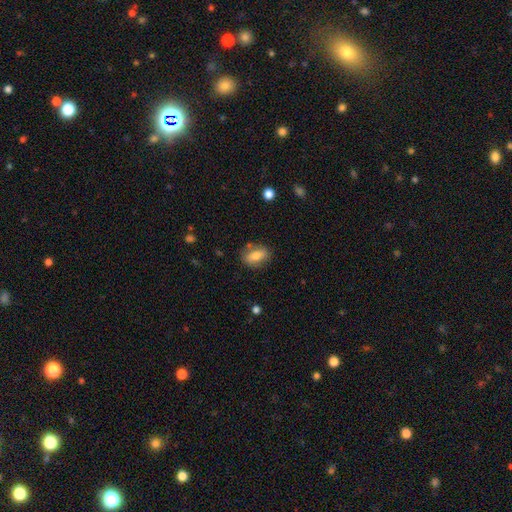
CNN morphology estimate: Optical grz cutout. It shows a smooth galaxy with no disk features (74%) that is in between round and cigar-shaped (82%). Merging: none (76%).